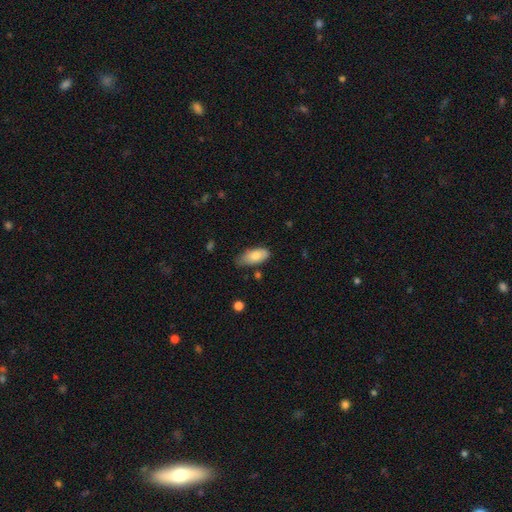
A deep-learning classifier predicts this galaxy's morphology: Smooth or featured?
  - smooth: 79% *
  - featured or disk: 14%
  - star or artifact: 6%
How rounded?
  - in between: 88% *
  - cigar-shaped: 9%
  - round: 2%
Merging?
  - none: 60% *
  - minor disturbance: 32%
  - major disturbance: 5%
  - merger: 3%